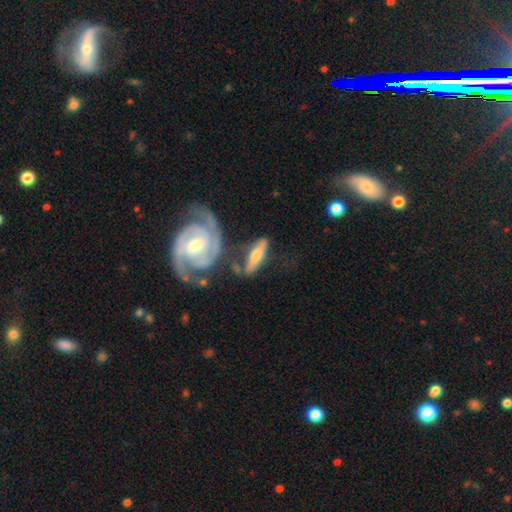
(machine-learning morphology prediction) The model was most divided on "edge-on disk": no: 54%, yes: 46%. More confident: smooth or featured — featured or disk (52%); merging — none (51%).